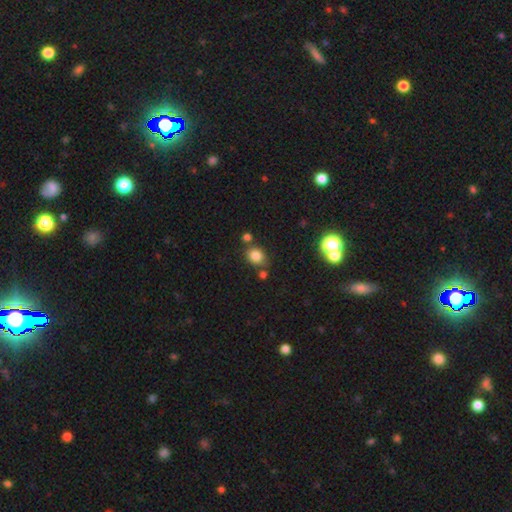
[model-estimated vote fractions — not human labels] A smooth galaxy with no disk features (81%) that is round (64%). Merging: none (71%).